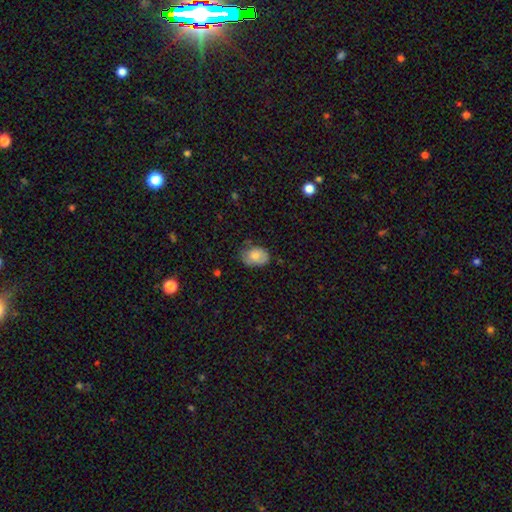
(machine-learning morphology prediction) This is likely a smooth galaxy (73%). How rounded: likely in between (72%). Merging: possibly none (56%).